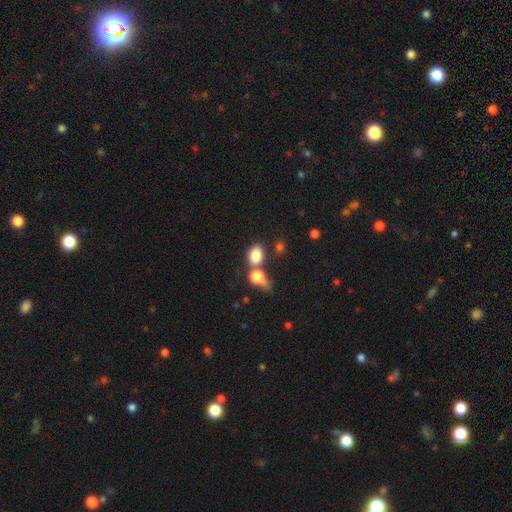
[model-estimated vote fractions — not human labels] Morphology: type=smooth (82%); roundness=in between (71%); merging=none (43%).